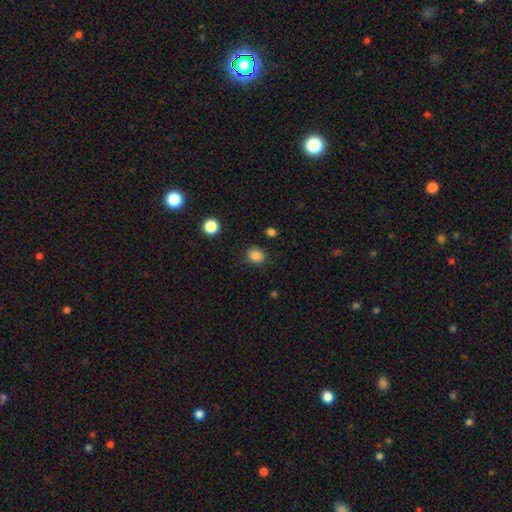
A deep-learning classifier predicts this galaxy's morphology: Smooth or featured? Predicted: smooth (p=0.85). How rounded? Predicted: round (p=0.62). Merging? Predicted: none (p=0.83).